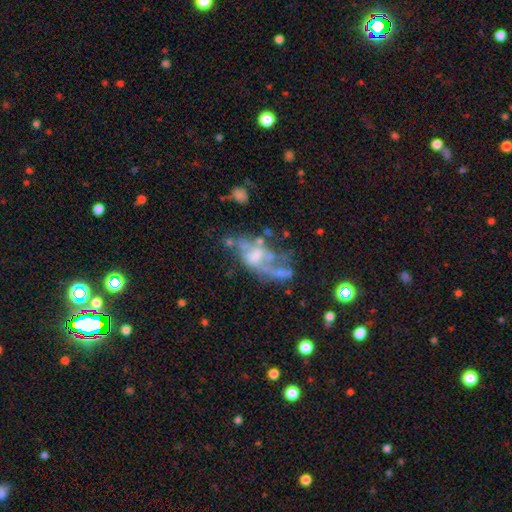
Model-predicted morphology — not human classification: Smooth or featured? featured or disk (67%)
Edge-on disk? no (95%)
Bar? no (69%)
Spiral arms? no (65%)
Bulge size? none (41%)
Merging? major disturbance (34%)